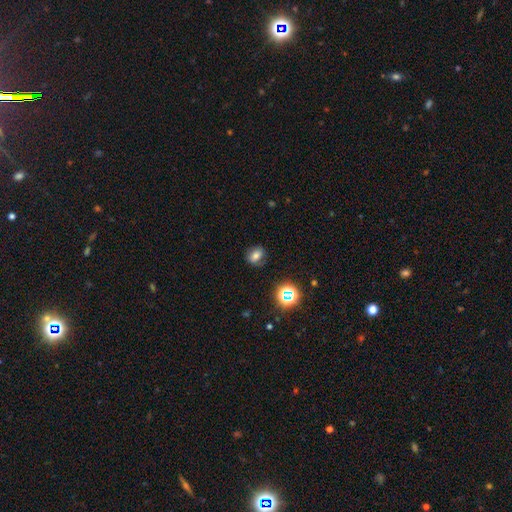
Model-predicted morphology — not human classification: smooth 62%, star or artifact 21%, featured or disk 17%. Down the decision tree: how rounded — round (51%); merging — none (80%).